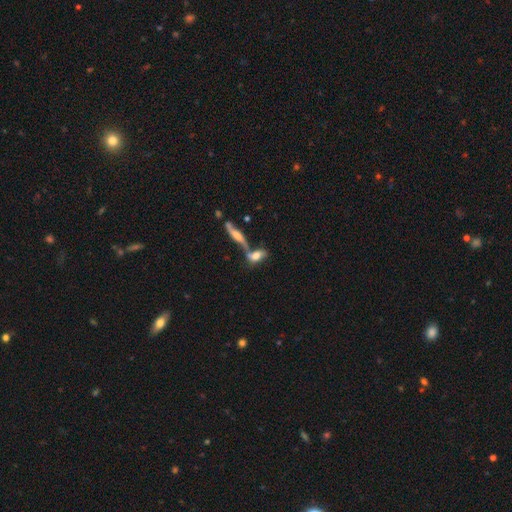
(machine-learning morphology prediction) This appears to be a smooth galaxy with no disk features (57%) that is in between round and cigar-shaped (67%). Merging: merger (50%).